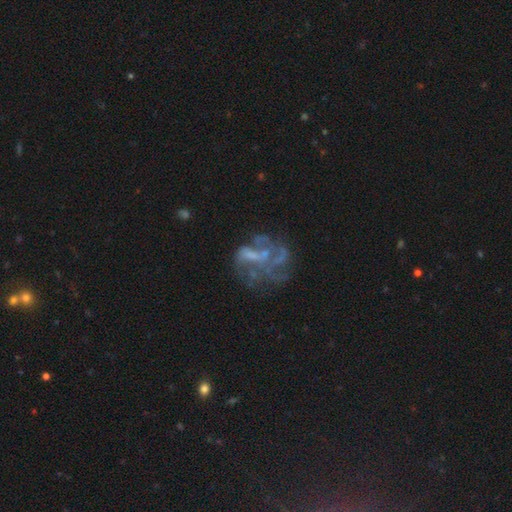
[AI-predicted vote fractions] This appears to be a featured or disk galaxy (70%) with no bar (70%), no spiral arms (57%) and no central bulge (56%). Merging: none (39%).